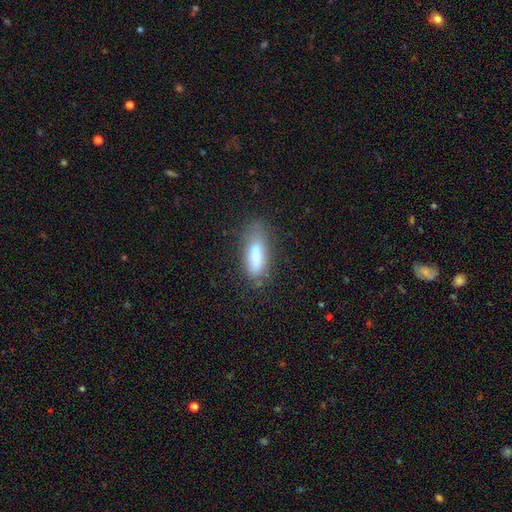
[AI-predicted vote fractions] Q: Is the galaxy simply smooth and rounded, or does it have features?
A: smooth — 74%.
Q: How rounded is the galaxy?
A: in between — 55%.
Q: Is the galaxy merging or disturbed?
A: none — 57%.